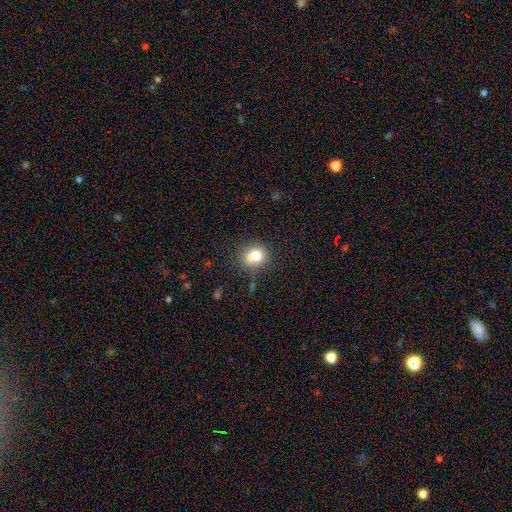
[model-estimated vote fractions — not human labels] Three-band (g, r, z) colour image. It shows a smooth galaxy with no disk features (76%) that is round (73%). Merging: none (64%).